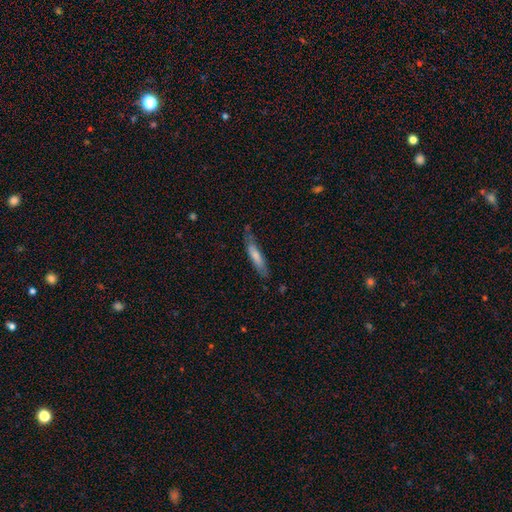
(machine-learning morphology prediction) The model was most divided on "smooth or featured": smooth: 68%, featured or disk: 26%, star or artifact: 6%. More confident: how rounded — cigar-shaped (82%); merging — none (68%).